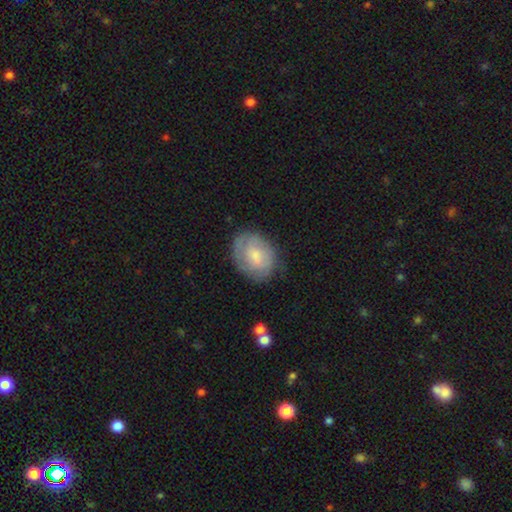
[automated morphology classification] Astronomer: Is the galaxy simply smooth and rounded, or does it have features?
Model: smooth — 54% (runner-up: featured or disk, 39%).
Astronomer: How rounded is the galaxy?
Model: in between — 64%.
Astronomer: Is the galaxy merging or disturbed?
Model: none — 68%.